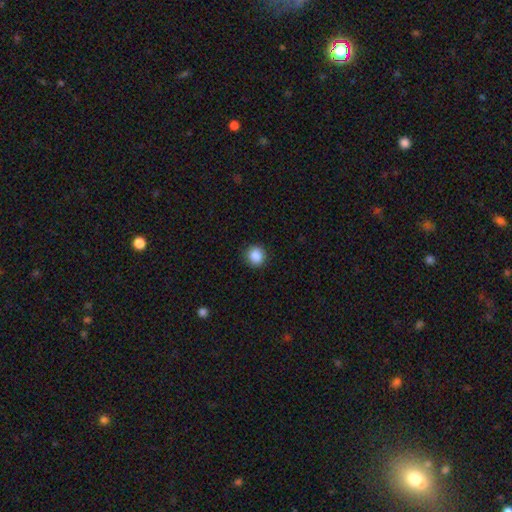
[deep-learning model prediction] A smooth galaxy with no disk features (88%) that is round (91%).

Vote fractions:
- Smooth or featured? smooth: 88% / star or artifact: 9% / featured or disk: 3%
- How rounded? round: 91% / in between: 8% / cigar-shaped: 1%
- Merging? none: 91% / minor disturbance: 6% / major disturbance: 2% / merger: 1%